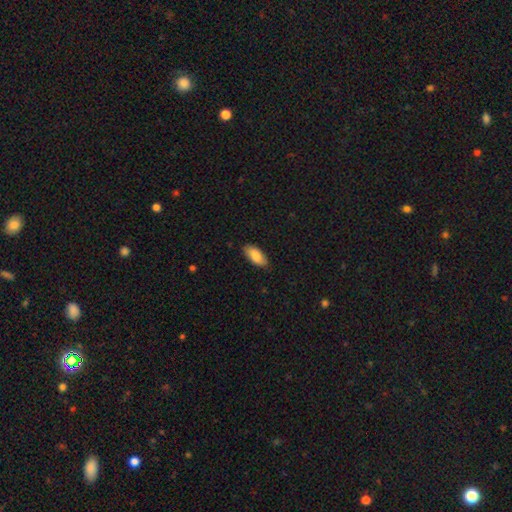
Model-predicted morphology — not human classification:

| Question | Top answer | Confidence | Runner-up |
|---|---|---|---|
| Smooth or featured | smooth | 84% | featured or disk (10%) |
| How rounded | in between | 89% | cigar-shaped (9%) |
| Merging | none | 83% | minor disturbance (14%) |